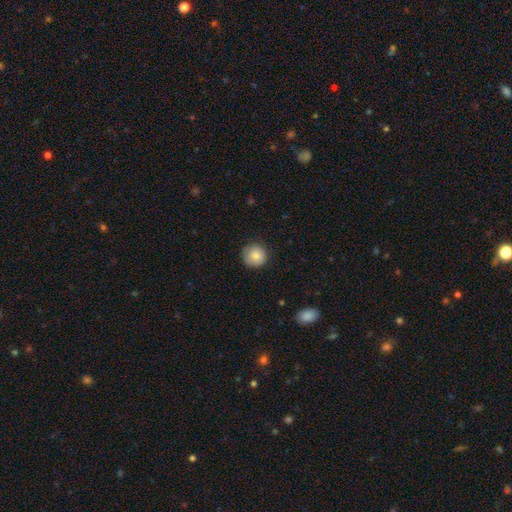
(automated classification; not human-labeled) A smooth galaxy with no disk features (85%) that is round (94%).

Vote fractions:
- Smooth or featured? smooth: 85% / star or artifact: 8% / featured or disk: 7%
- How rounded? round: 94% / in between: 5% / cigar-shaped: 1%
- Merging? none: 85% / minor disturbance: 12% / major disturbance: 2% / merger: 1%